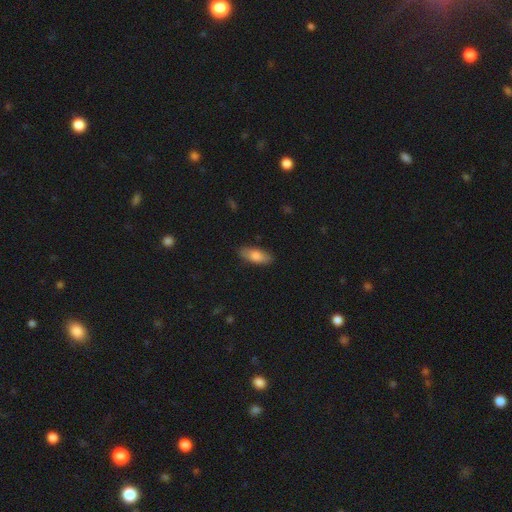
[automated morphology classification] This is likely a smooth galaxy (79%). How rounded: likely in between (76%). Merging: clearly none (84%).